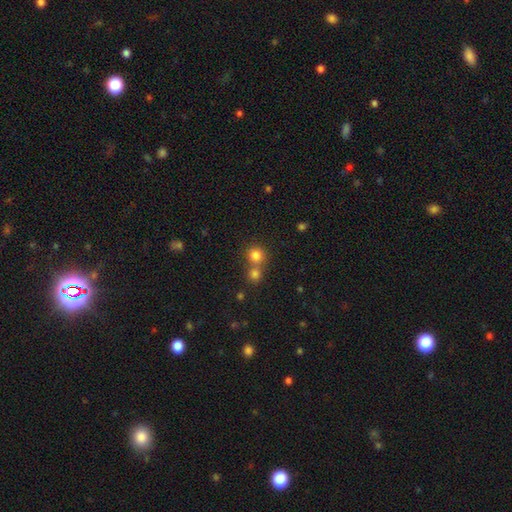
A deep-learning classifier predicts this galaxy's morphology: A smooth galaxy with no disk features (79%) that is round (89%). Merging: none (54%).